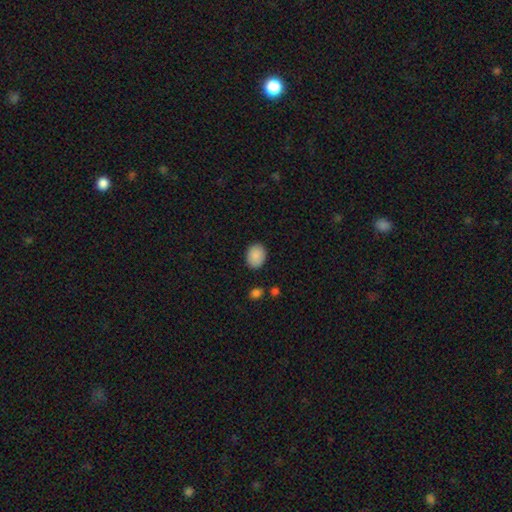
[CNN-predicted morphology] Smooth or featured?
  - smooth: 89% *
  - star or artifact: 7%
  - featured or disk: 4%
How rounded?
  - in between: 58% *
  - round: 41%
  - cigar-shaped: 1%
Merging?
  - none: 86% *
  - minor disturbance: 10%
  - major disturbance: 2%
  - merger: 2%